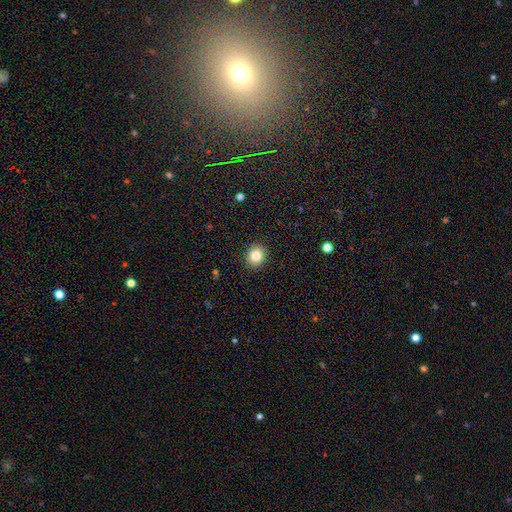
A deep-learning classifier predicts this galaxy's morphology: type=smooth (83%); roundness=round (73%); merging=none (91%).